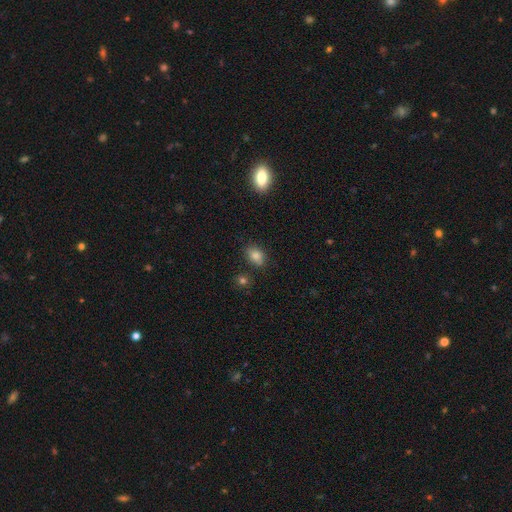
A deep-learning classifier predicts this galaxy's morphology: Overall: smooth (83%). How rounded: in between (76%). Merging: none (77%).